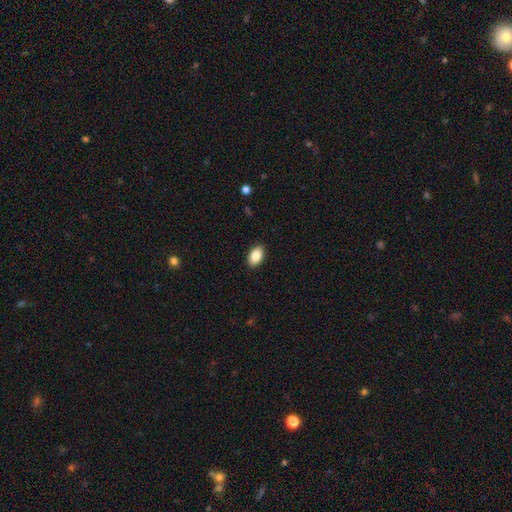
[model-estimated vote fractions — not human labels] smooth 87%, star or artifact 7%, featured or disk 6%. Down the decision tree: how rounded — in between (91%); merging — none (90%).